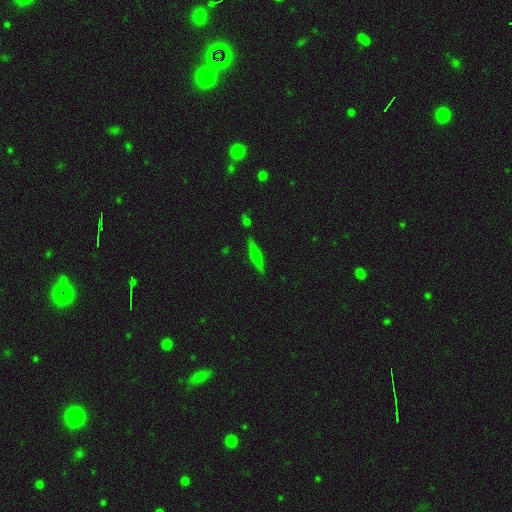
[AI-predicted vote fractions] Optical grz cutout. It shows a featured or disk galaxy (47%). Merging: none (87%).